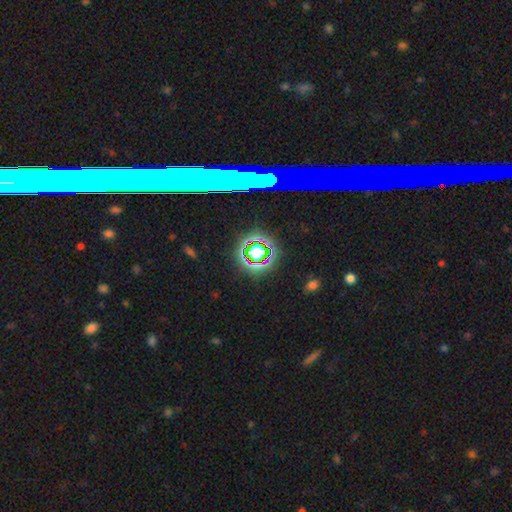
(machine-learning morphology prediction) Smooth or featured?
  - star or artifact: 57% *
  - smooth: 25%
  - featured or disk: 17%